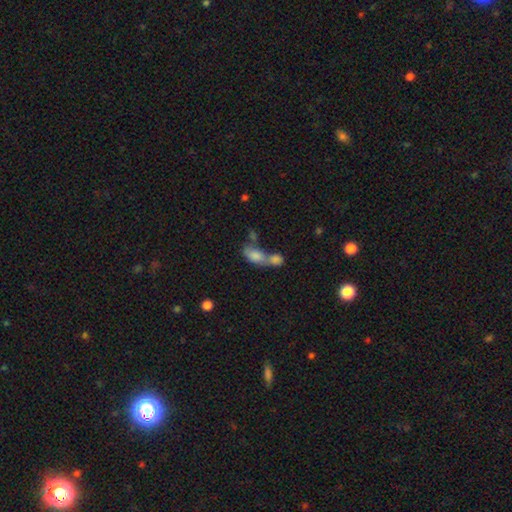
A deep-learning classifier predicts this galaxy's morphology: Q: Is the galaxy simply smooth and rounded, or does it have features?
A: smooth — 77%.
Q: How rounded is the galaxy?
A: in between — 85%.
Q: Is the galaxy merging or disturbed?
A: merger — 70%.